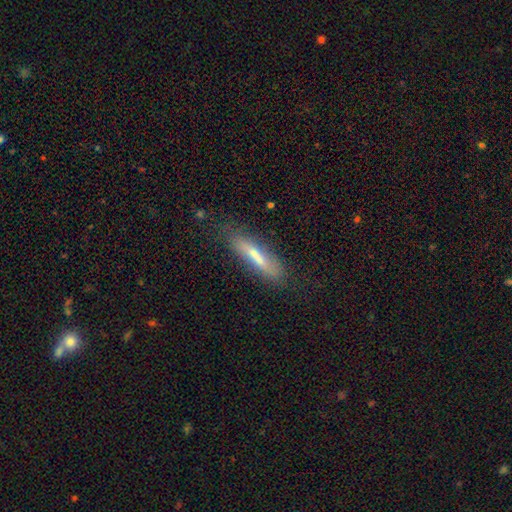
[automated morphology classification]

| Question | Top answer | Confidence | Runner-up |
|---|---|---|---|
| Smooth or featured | smooth | 59% | featured or disk (33%) |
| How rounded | cigar-shaped | 84% | in between (14%) |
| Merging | none | 75% | minor disturbance (17%) |